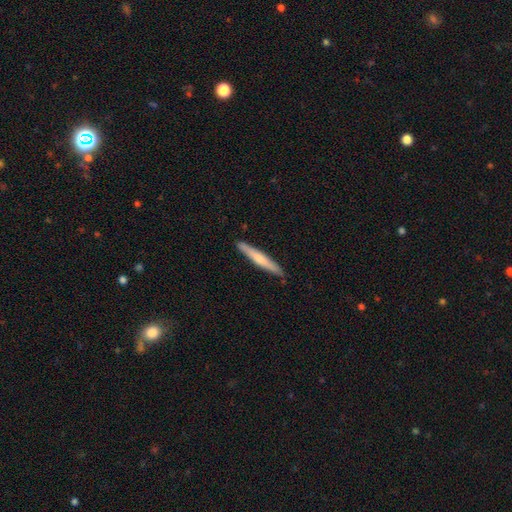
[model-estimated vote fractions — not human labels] smooth-or-featured: smooth: 54% | featured or disk: 40% | star or artifact: 6%
  how-rounded: cigar-shaped: 95% | in between: 4% | round: 1%
  merging: none: 89% | minor disturbance: 9% | major disturbance: 1% | merger: 1%